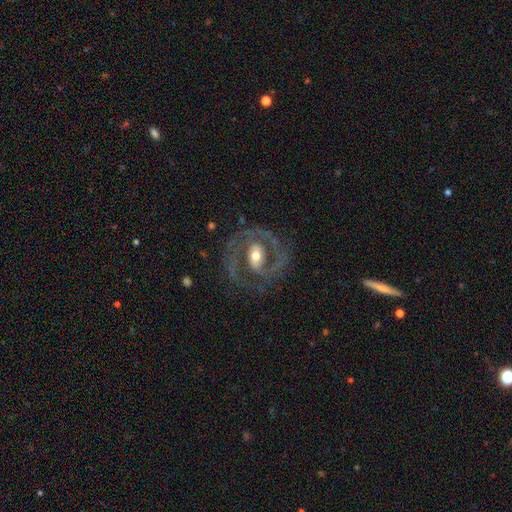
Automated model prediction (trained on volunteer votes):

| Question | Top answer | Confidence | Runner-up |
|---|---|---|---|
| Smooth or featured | featured or disk | 86% | smooth (9%) |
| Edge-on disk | no | 97% | yes (3%) |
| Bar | weak | 40% | no (37%) |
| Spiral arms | yes | 88% | no (12%) |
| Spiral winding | medium | 46% | tight (42%) |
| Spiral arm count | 2 | 70% | can't tell (11%) |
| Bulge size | moderate | 70% | large (15%) |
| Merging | none | 72% | minor disturbance (15%) |